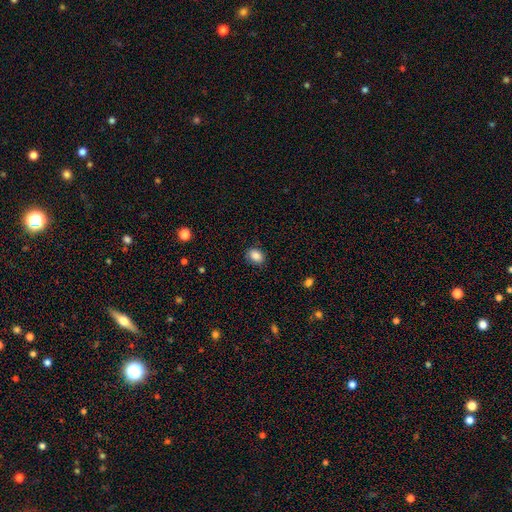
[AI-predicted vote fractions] Overall: smooth (85%). How rounded: in between (61%; round 38%). Merging: none (86%).